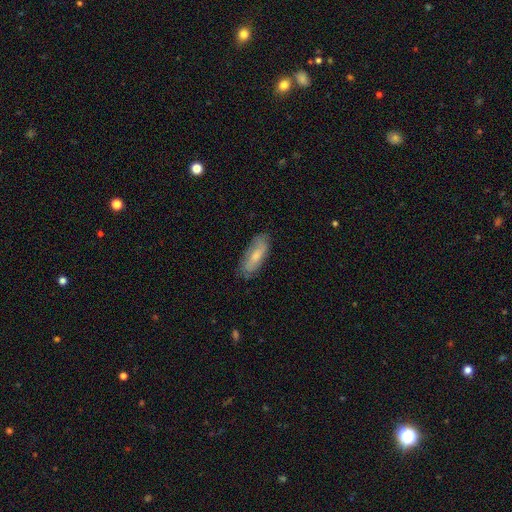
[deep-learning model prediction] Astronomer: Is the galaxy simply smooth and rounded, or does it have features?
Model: smooth — 61%.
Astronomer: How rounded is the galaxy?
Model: in between — 69%.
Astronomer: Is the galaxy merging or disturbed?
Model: none — 77%.